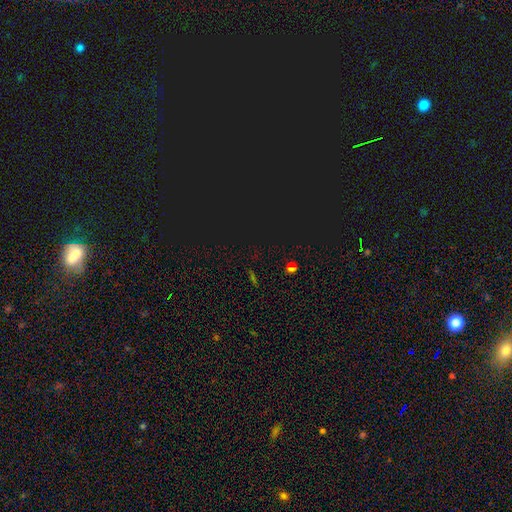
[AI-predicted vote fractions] Smooth or featured? star or artifact (75%)